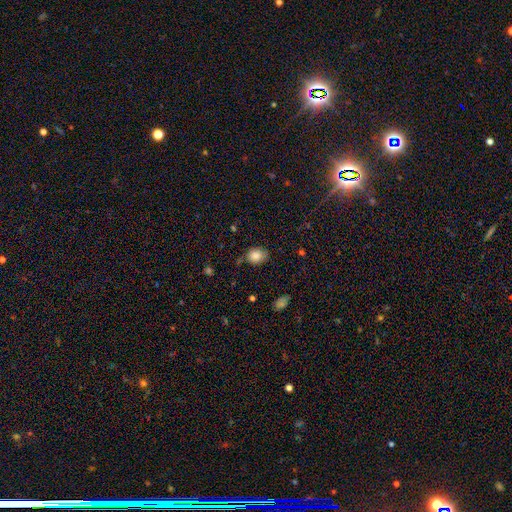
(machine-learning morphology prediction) Smooth or featured?
  - smooth: 82% *
  - star or artifact: 9%
  - featured or disk: 9%
How rounded?
  - round: 51% *
  - in between: 48%
  - cigar-shaped: 1%
Merging?
  - none: 71% *
  - minor disturbance: 22%
  - major disturbance: 4%
  - merger: 2%